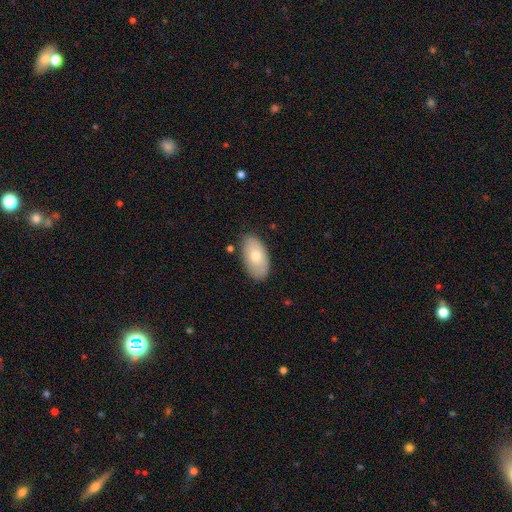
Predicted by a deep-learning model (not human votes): Smooth or featured? smooth (71%)
How rounded? in between (95%)
Merging? none (83%)